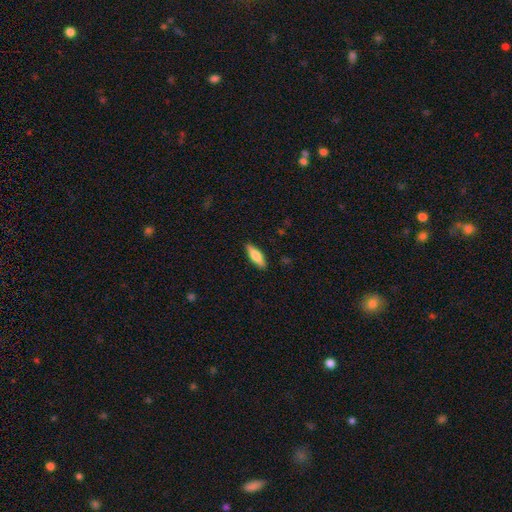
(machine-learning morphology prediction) Q: Smooth or featured?
A: smooth (71%); runner-up: featured or disk (23%)
Q: How rounded?
A: in between (49%); tied with: cigar-shaped (49%)
Q: Merging?
A: none (88%); runner-up: minor disturbance (9%)